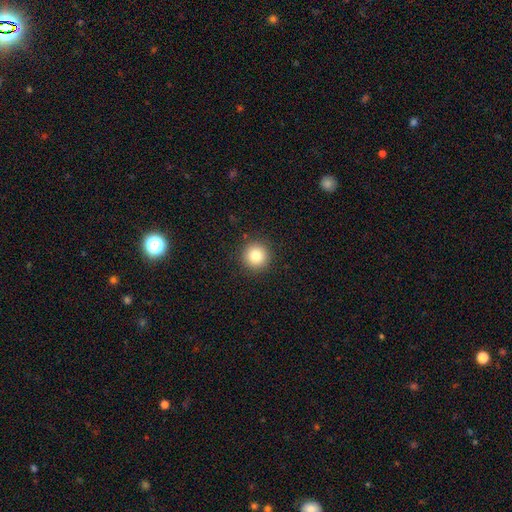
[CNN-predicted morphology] This appears to be a smooth galaxy with no disk features (82%) that is round (95%). Merging: none (91%).